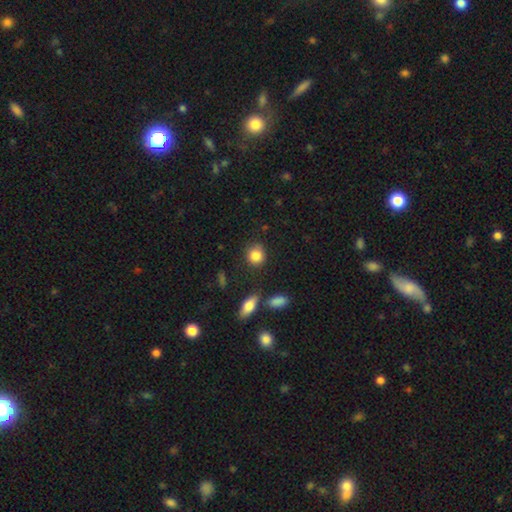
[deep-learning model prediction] Morphology: type=smooth (86%); roundness=round (78%); merging=none (78%).